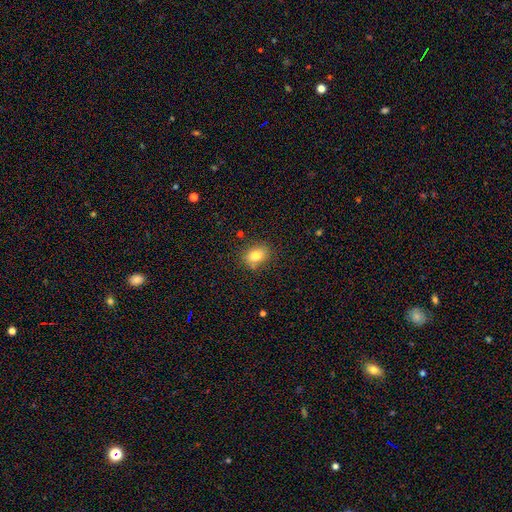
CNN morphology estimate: A smooth galaxy with no disk features (81%) that is in between round and cigar-shaped (64%). Merging: none (79%).